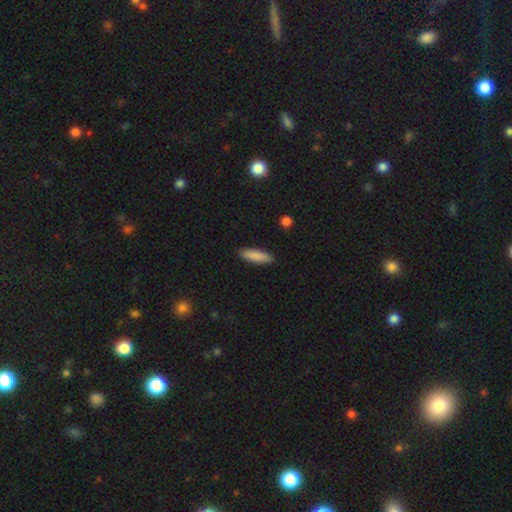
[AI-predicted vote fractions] Smooth or featured? smooth (87%)
How rounded? cigar-shaped (60%)
Merging? none (89%)